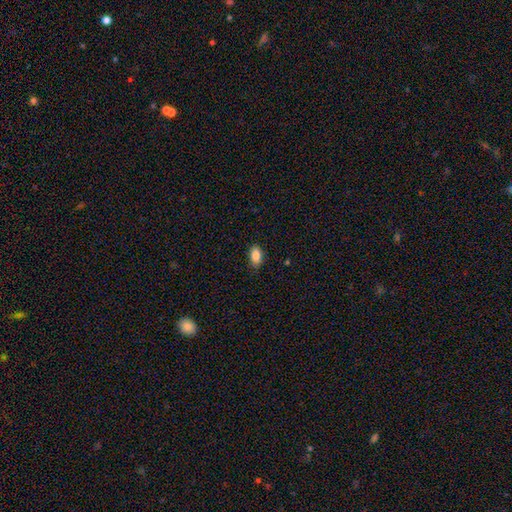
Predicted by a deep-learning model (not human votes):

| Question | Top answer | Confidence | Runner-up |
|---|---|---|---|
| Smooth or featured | smooth | 86% | star or artifact (8%) |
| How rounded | in between | 90% | round (8%) |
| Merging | none | 83% | minor disturbance (14%) |